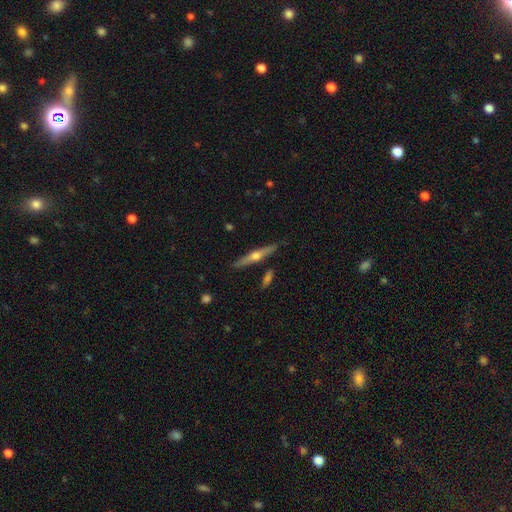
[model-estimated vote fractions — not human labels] smooth_or_featured: featured or disk (p=0.68) [alt: smooth p=0.26]
disk_edge_on: yes (p=0.96) [alt: no p=0.04]
edge_on_bulge: rounded (p=0.91) [alt: none p=0.05]
merging: none (p=0.85) [alt: minor disturbance p=0.09]